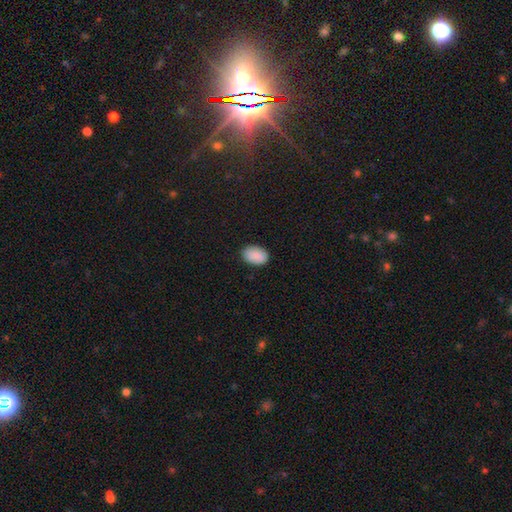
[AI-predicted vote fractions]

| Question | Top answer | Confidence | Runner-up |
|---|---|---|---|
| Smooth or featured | smooth | 90% | star or artifact (7%) |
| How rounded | in between | 86% | round (13%) |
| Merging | none | 88% | minor disturbance (10%) |